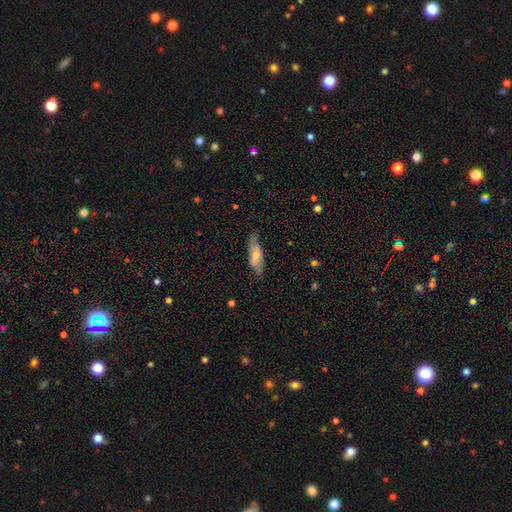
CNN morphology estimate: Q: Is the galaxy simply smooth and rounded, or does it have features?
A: smooth — 55%.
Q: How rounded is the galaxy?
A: in between — 59%.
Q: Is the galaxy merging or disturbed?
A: none — 70%.